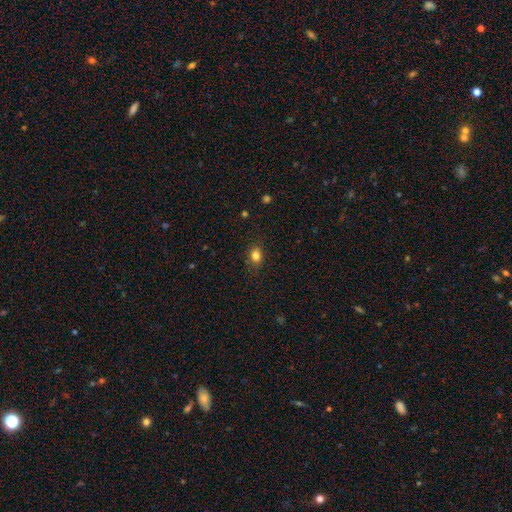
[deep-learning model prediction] This is clearly a smooth galaxy (83%). How rounded: possibly in between (51%). Merging: clearly none (84%).